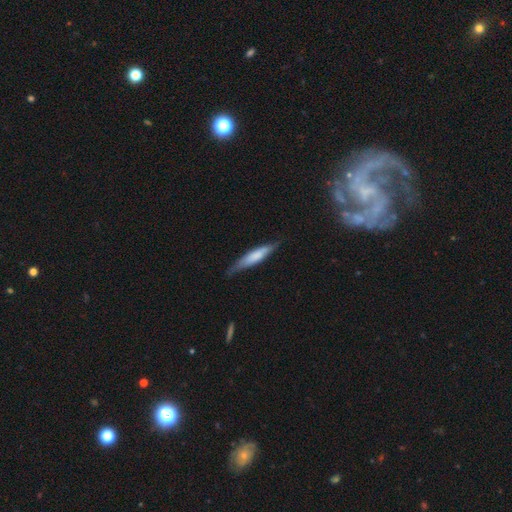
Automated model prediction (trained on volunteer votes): smooth_or_featured: smooth (p=0.61) [alt: featured or disk p=0.33]
how_rounded: cigar-shaped (p=0.82) [alt: in between p=0.16]
merging: none (p=0.73) [alt: minor disturbance p=0.21]